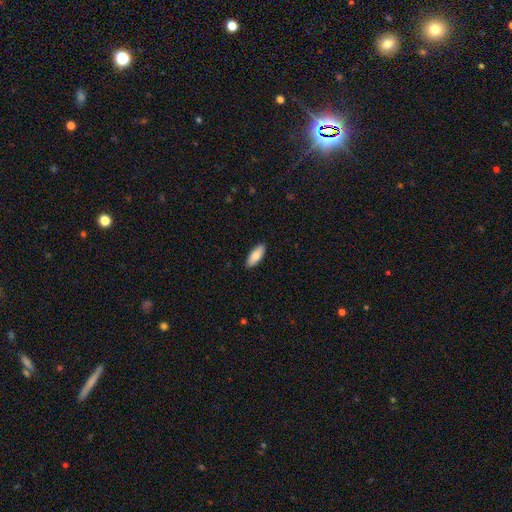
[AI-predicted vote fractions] Overall: smooth (80%). How rounded: in between (78%). Merging: none (90%).